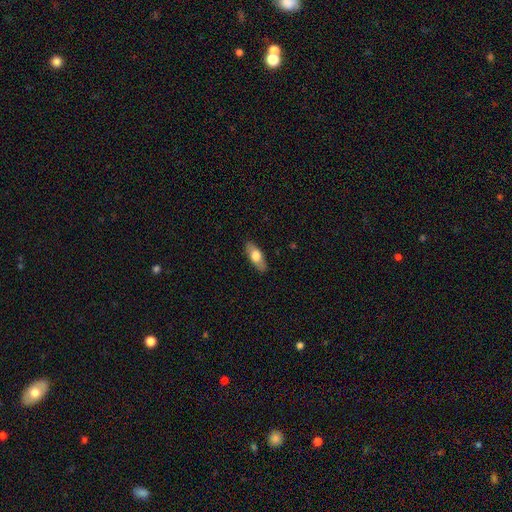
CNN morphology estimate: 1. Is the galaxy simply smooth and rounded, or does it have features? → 67% smooth, 28% featured or disk, 6% star or artifact.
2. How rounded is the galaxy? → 78% in between, 19% cigar-shaped, 3% round.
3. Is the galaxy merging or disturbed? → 87% none, 10% minor disturbance, 2% major disturbance, 1% merger.